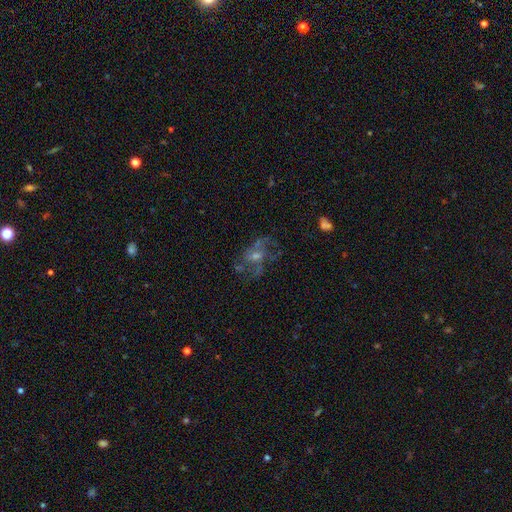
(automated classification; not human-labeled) smooth_or_featured: featured or disk (p=0.68) [alt: star or artifact p=0.17]
disk_edge_on: no (p=0.96) [alt: yes p=0.04]
bar: no (p=0.61) [alt: weak p=0.33]
has_spiral_arms: yes (p=0.69) [alt: no p=0.31]
bulge_size: small (p=0.44) [alt: moderate p=0.41]
merging: none (p=0.58) [alt: major disturbance p=0.22]